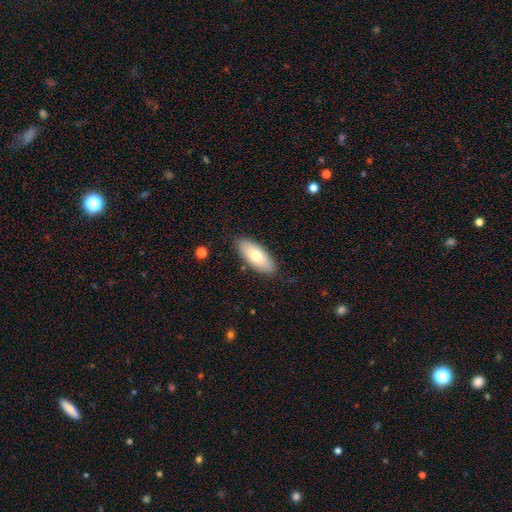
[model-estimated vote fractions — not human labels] Smooth or featured: smooth — 72% (featured or disk — 22%)
How rounded: in between — 83% (cigar-shaped — 15%)
Merging: none — 86% (minor disturbance — 10%)